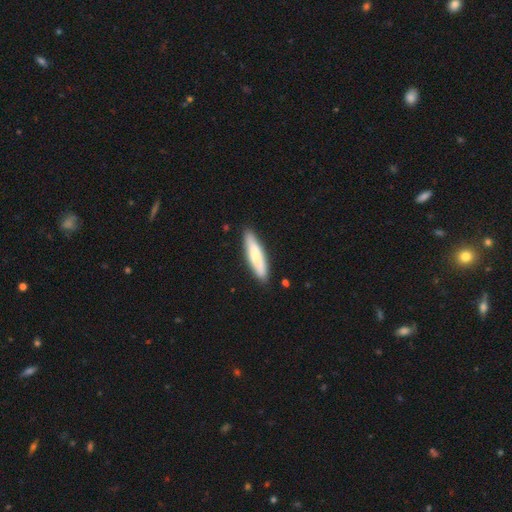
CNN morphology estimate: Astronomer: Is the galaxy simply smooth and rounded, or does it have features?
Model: smooth — 73%.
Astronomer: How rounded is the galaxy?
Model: cigar-shaped — 80%.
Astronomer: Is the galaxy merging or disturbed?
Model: none — 88%.